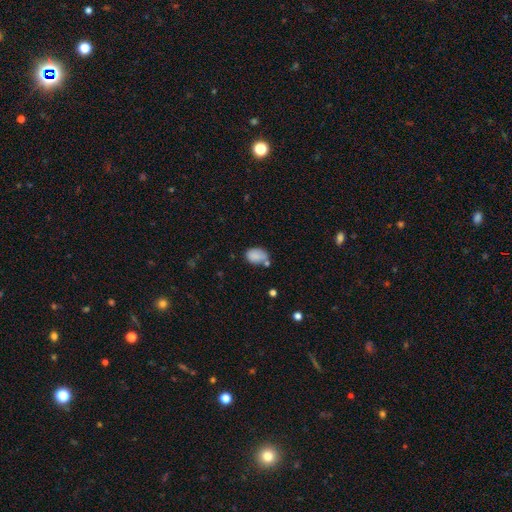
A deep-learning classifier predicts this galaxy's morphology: Overall: smooth (83%). How rounded: in between (81%). Merging: none (54%; minor disturbance 23%).